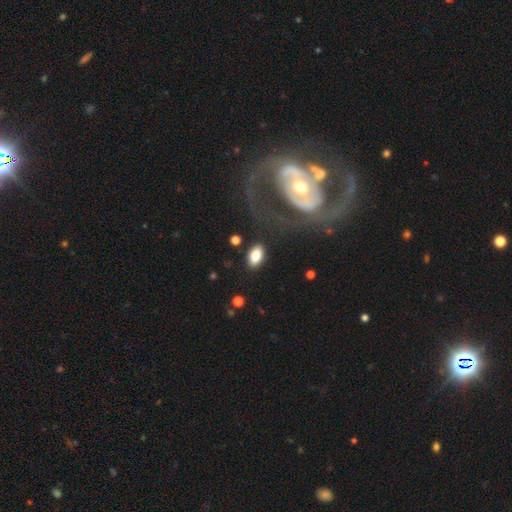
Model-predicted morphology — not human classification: The model was most divided on "smooth or featured": smooth: 80%, featured or disk: 12%, star or artifact: 8%. More confident: how rounded — in between (91%); merging — none (85%).